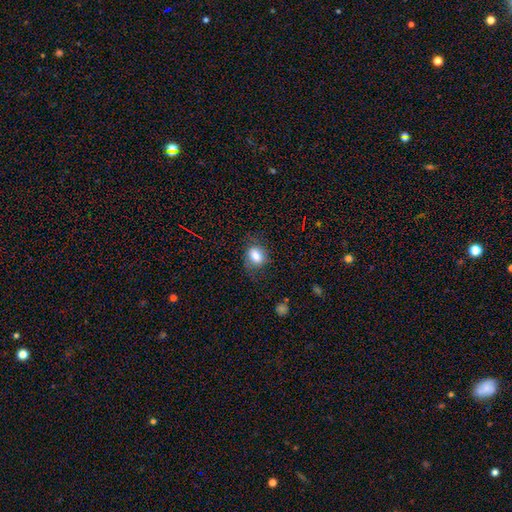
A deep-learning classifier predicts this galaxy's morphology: Smooth or featured? smooth (78%)
How rounded? in between (61%)
Merging? none (66%)